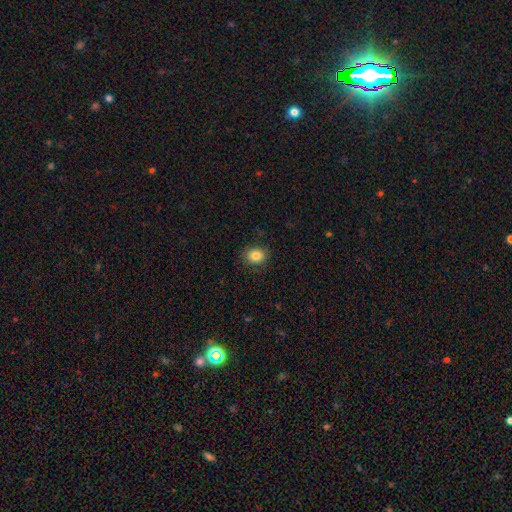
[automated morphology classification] smooth 84%, star or artifact 10%, featured or disk 6%. Down the decision tree: how rounded — round (55%); merging — none (88%).